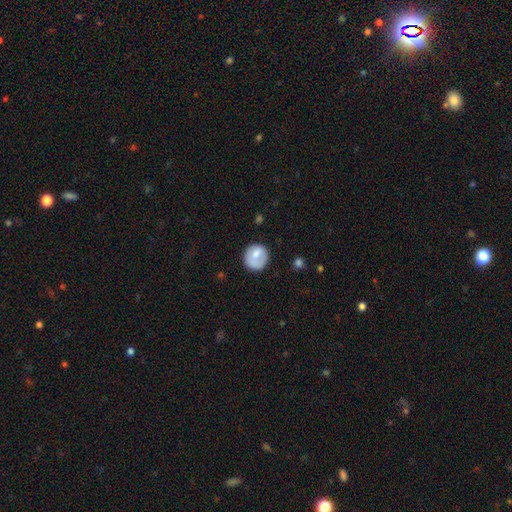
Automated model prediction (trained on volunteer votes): Q: Smooth or featured?
A: smooth (72%); runner-up: featured or disk (21%)
Q: How rounded?
A: round (88%); runner-up: in between (11%)
Q: Merging?
A: none (71%); runner-up: minor disturbance (19%)